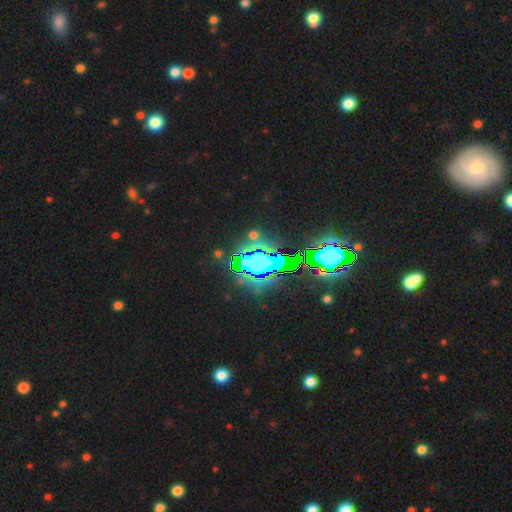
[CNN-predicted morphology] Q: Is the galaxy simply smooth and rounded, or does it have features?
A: star or artifact — 67%.